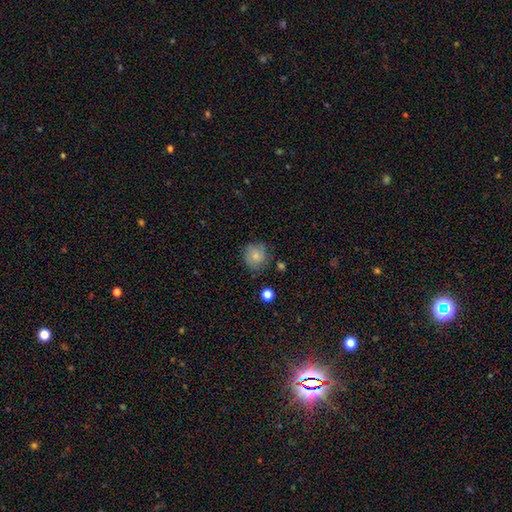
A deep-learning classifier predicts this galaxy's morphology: Q: Smooth or featured?
A: smooth (75%); runner-up: featured or disk (16%)
Q: How rounded?
A: round (87%); runner-up: in between (12%)
Q: Merging?
A: none (72%); runner-up: minor disturbance (19%)